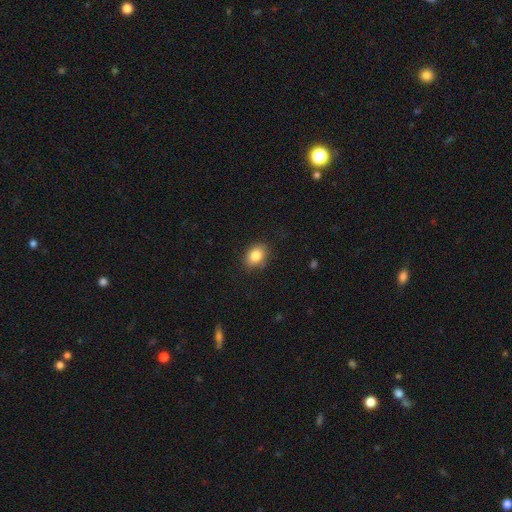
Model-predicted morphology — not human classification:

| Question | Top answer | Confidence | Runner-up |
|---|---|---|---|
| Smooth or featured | smooth | 84% | star or artifact (9%) |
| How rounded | in between | 68% | round (31%) |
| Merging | none | 86% | minor disturbance (10%) |